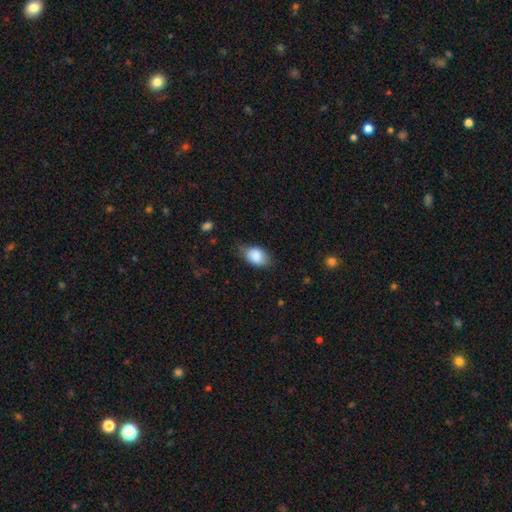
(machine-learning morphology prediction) This appears to be a smooth galaxy with no disk features (87%) that is in between round and cigar-shaped (82%). Merging: none (62%).